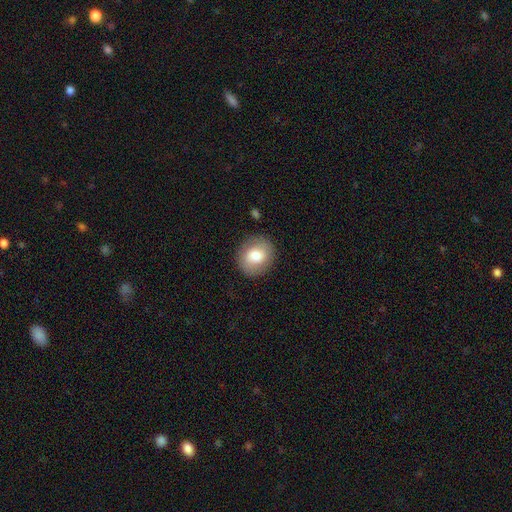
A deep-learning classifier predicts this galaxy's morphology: This is likely a smooth galaxy (70%). How rounded: likely round (77%). Merging: clearly none (86%).